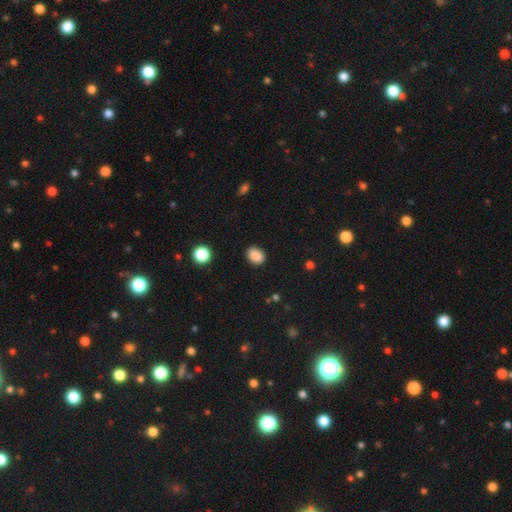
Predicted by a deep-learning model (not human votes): The model was most divided on "how rounded": in between: 57%, round: 42%, cigar-shaped: 1%. More confident: smooth or featured — smooth (87%); merging — none (85%).